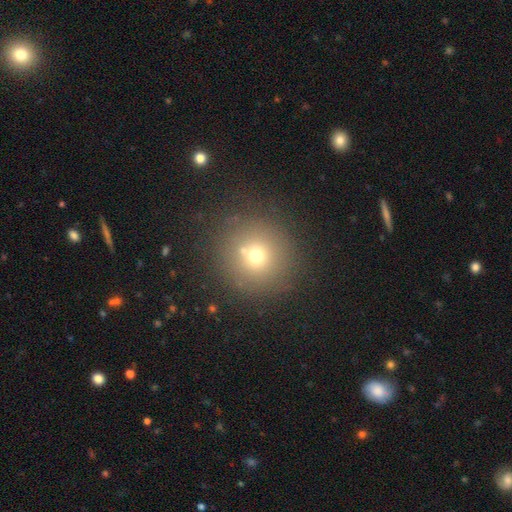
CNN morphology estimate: Smooth or featured: smooth — 67% (star or artifact — 19%)
How rounded: round — 94% (in between — 5%)
Merging: none — 78% (merger — 9%)